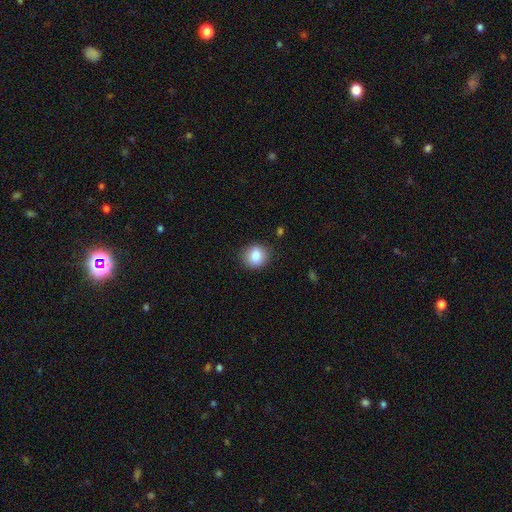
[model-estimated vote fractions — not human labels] A smooth galaxy with no disk features (84%) that is round (66%). Merging: none (84%).